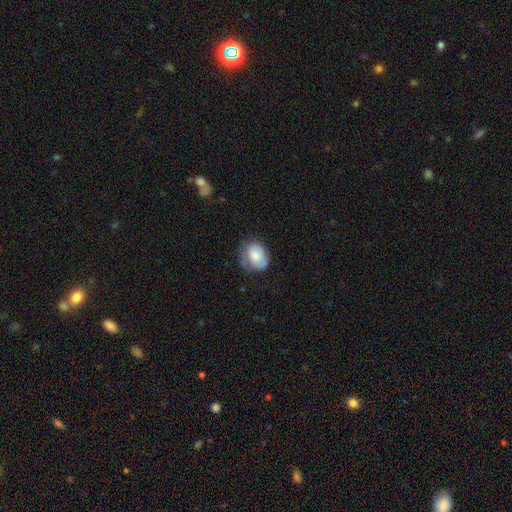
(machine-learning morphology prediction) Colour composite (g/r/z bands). It shows a smooth galaxy with no disk features (74%) that is in between round and cigar-shaped (50%). Merging: none (55%).